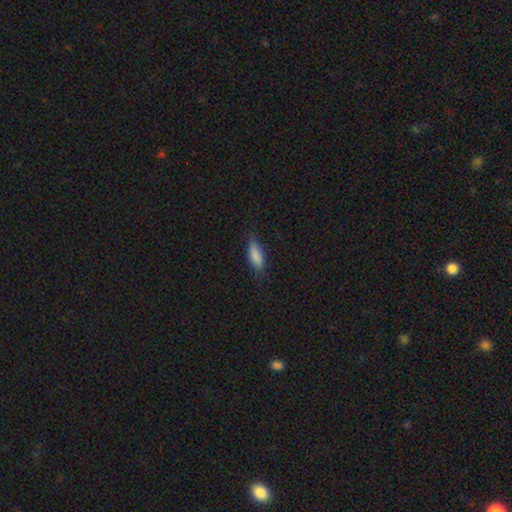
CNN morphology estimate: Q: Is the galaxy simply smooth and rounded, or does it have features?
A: smooth — 84%.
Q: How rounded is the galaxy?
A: in between — 71%.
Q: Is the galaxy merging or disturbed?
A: none — 69%.